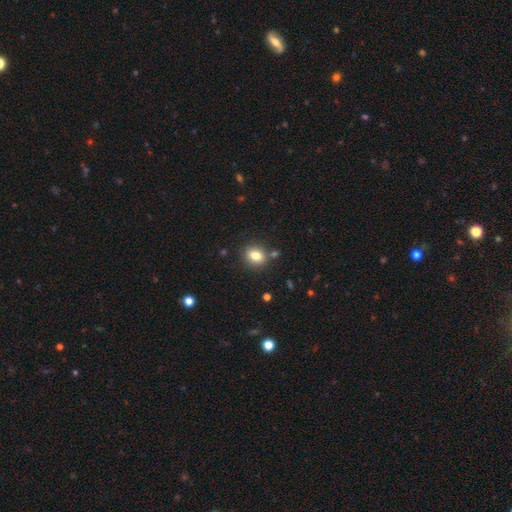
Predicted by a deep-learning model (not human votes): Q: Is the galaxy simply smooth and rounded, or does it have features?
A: smooth — 81%.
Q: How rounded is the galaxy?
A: round — 59%.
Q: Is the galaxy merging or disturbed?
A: none — 81%.